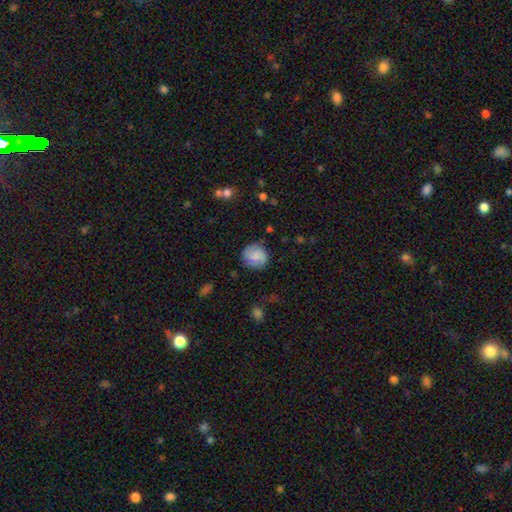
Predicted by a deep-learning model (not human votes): smooth_or_featured: smooth (p=0.61) [alt: featured or disk p=0.31]
how_rounded: round (p=0.87) [alt: in between p=0.12]
merging: none (p=0.80) [alt: minor disturbance p=0.13]